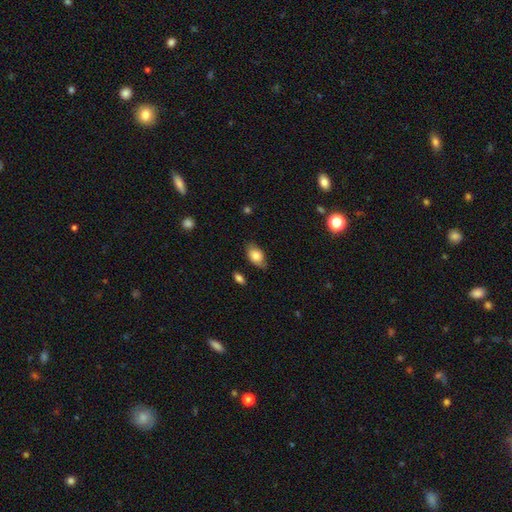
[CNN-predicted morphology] This appears to be a smooth galaxy with no disk features (79%) that is in between round and cigar-shaped (89%). Merging: none (74%).